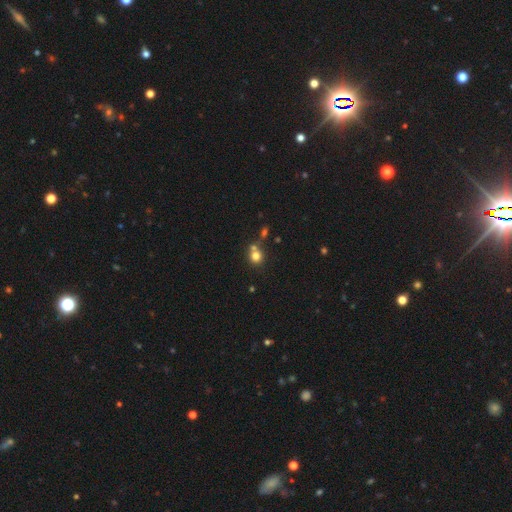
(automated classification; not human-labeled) This appears to be a smooth galaxy with no disk features (77%) that is round (85%). Merging: none (53%).